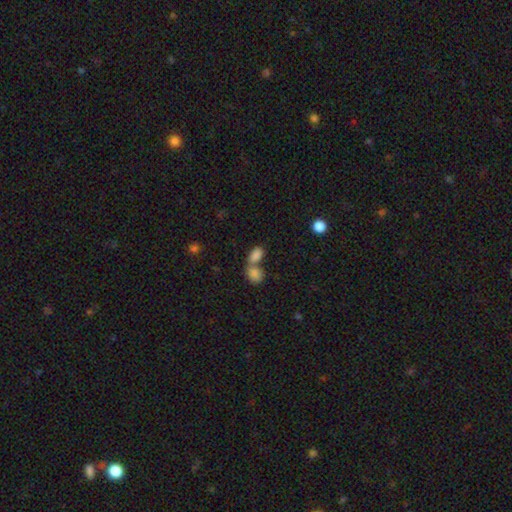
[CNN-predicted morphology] smooth-or-featured: smooth: 84% | star or artifact: 10% | featured or disk: 7%
  how-rounded: in between: 84% | round: 14% | cigar-shaped: 2%
  merging: merger: 60% | none: 30% | minor disturbance: 7% | major disturbance: 3%